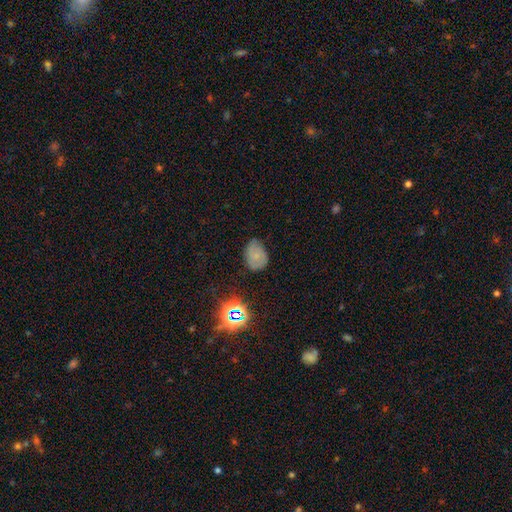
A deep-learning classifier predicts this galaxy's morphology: The model was most divided on "merging": none: 54%, minor disturbance: 34%, major disturbance: 10%, merger: 2%. More confident: how rounded — in between (74%); smooth or featured — smooth (56%).